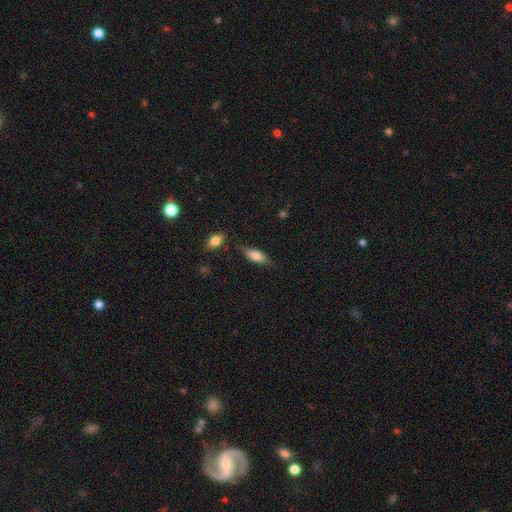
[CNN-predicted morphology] Smooth or featured?
  - smooth: 74% *
  - featured or disk: 19%
  - star or artifact: 7%
How rounded?
  - in between: 65% *
  - cigar-shaped: 33%
  - round: 2%
Merging?
  - none: 73% *
  - minor disturbance: 19%
  - major disturbance: 4%
  - merger: 4%